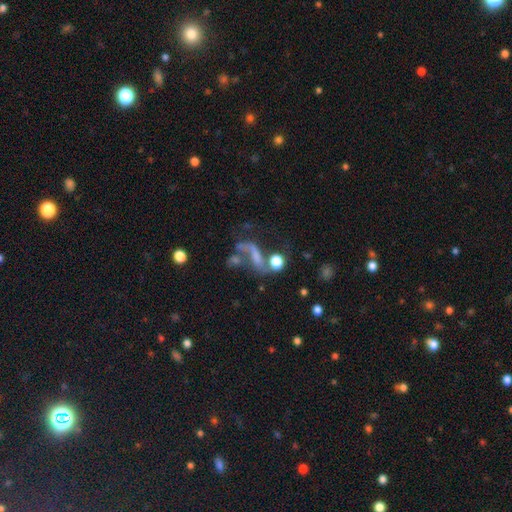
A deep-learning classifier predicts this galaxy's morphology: Overall: featured or disk (46%; smooth 30%). Merging: major disturbance (30%; none 29%).